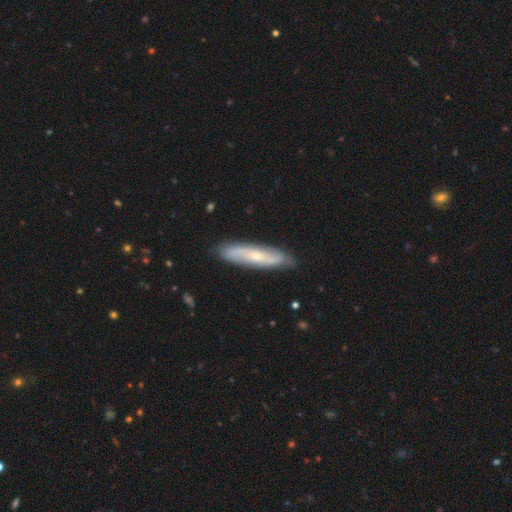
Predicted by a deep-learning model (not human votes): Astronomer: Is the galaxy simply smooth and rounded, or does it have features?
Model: featured or disk — 69%.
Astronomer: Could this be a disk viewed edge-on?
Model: no — 65%.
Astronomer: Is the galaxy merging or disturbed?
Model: none — 86%.